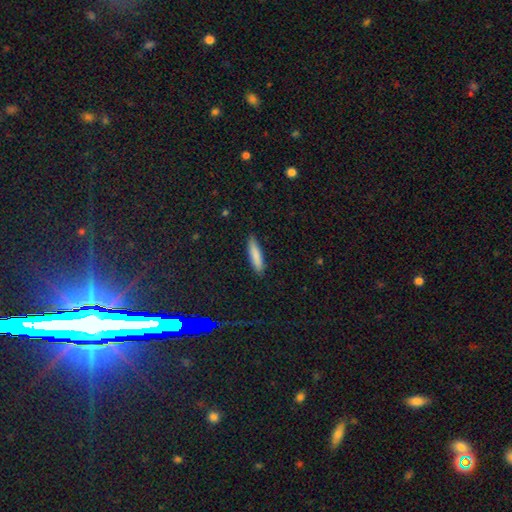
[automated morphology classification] type=smooth (85%); roundness=cigar-shaped (77%); merging=none (86%).